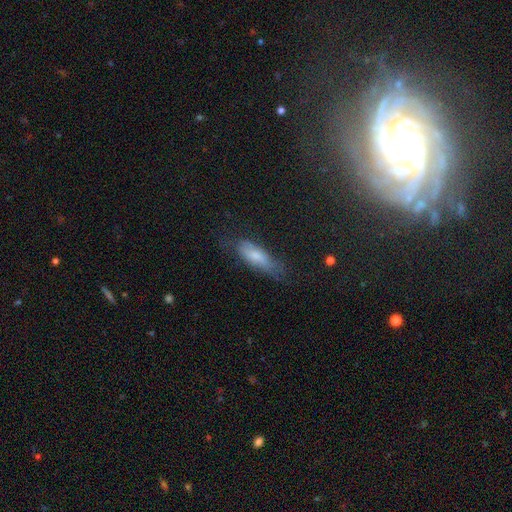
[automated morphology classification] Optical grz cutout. It shows a smooth galaxy with no disk features (67%) that is in between round and cigar-shaped (60%). Merging: none (58%).